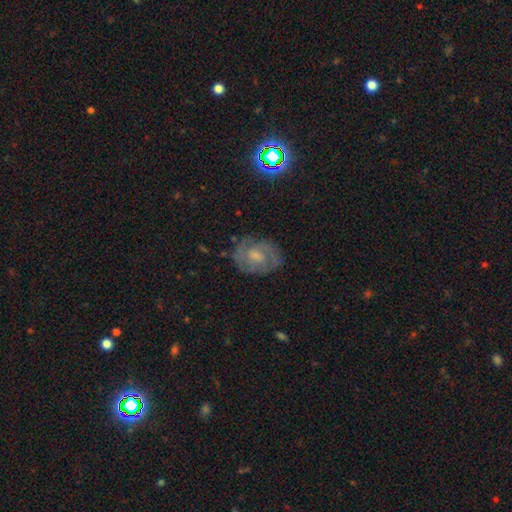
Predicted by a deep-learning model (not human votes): A featured or disk galaxy (69%) with no bar (52%), 2 (57%) tight (51%) spiral arms (87%) and a moderate central bulge (40%). Merging: none (75%).